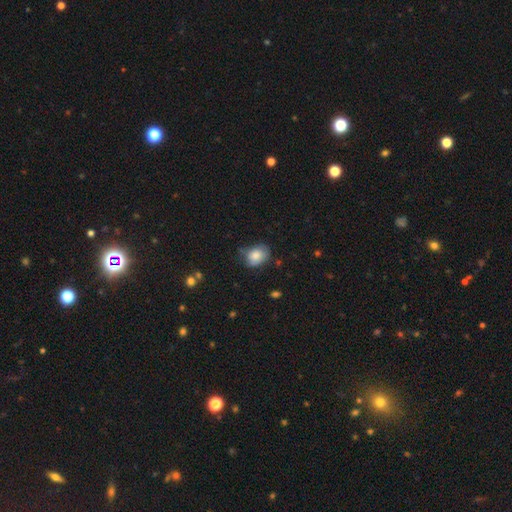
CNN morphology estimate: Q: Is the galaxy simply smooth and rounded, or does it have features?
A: smooth — 81%.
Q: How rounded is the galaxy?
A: in between — 66%.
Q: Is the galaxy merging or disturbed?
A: none — 60%.